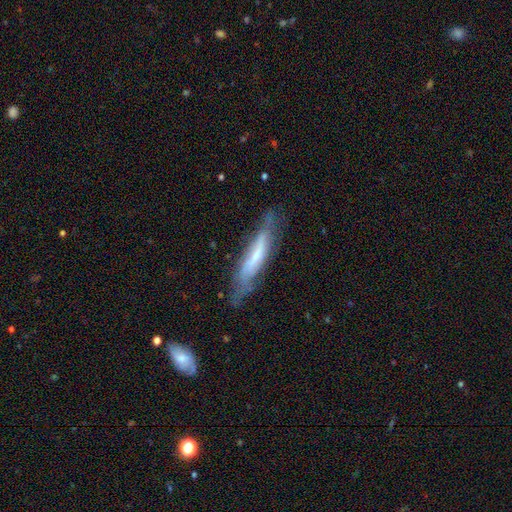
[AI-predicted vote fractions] A featured or disk galaxy (57%) viewed edge-on (64%).

Vote fractions:
- Smooth or featured? featured or disk: 57% / smooth: 36% / star or artifact: 7%
- Edge-on disk? yes: 64% / no: 36%
- Merging? none: 62% / minor disturbance: 26% / major disturbance: 9% / merger: 3%